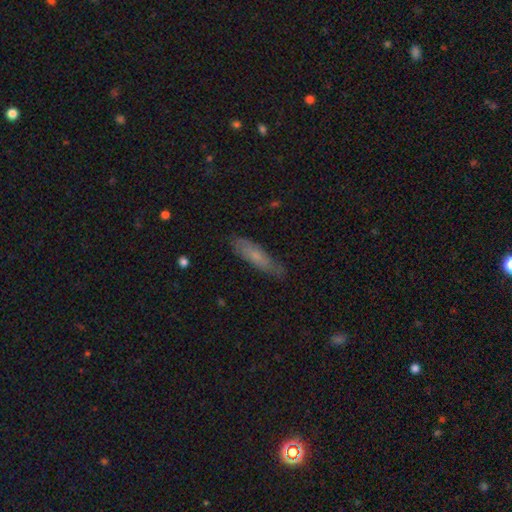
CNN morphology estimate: Overall: smooth (61%; featured or disk 32%). How rounded: cigar-shaped (72%). Merging: none (78%).